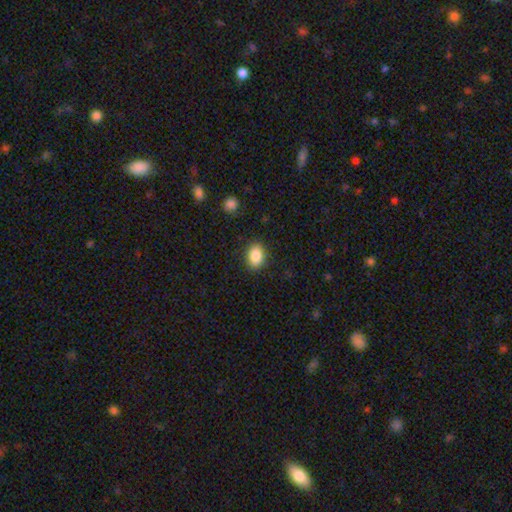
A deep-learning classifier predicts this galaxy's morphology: Smooth or featured? smooth (86%)
How rounded? in between (76%)
Merging? none (87%)